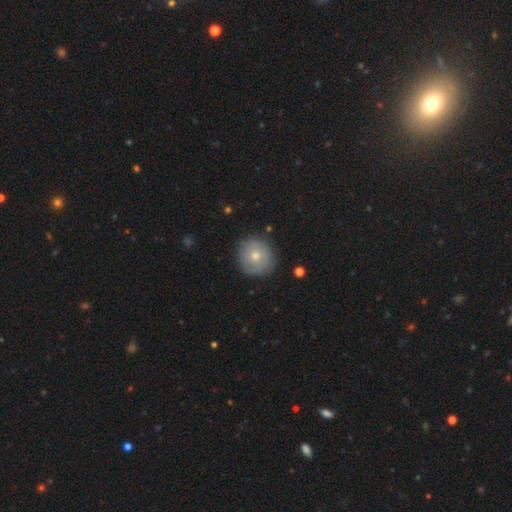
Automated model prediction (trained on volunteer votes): This is possibly a smooth galaxy (56%). How rounded: clearly round (91%). Merging: clearly none (82%).